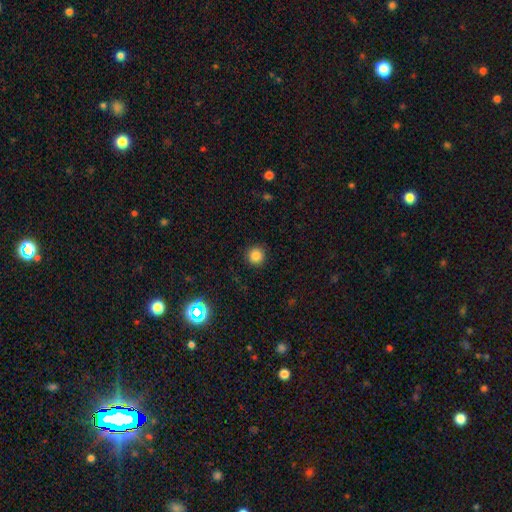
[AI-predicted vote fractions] Smooth or featured? smooth (84%)
How rounded? round (95%)
Merging? none (91%)